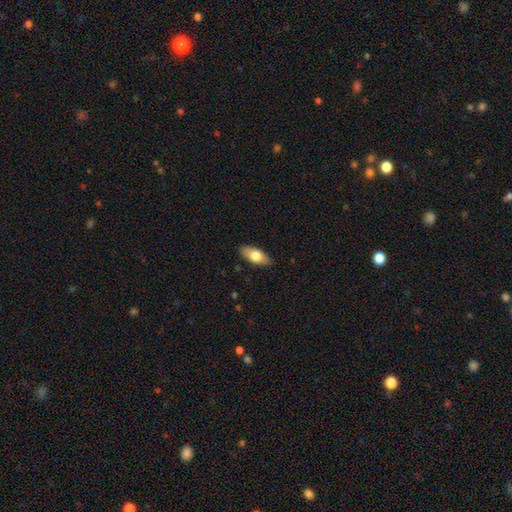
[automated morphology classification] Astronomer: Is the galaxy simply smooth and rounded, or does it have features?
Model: smooth — 72%.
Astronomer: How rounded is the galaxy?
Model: in between — 84%.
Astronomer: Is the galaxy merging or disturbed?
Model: none — 87%.